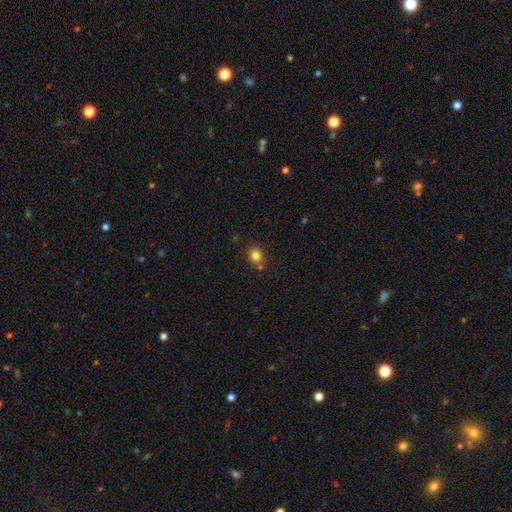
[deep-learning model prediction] Smooth or featured? smooth (82%)
How rounded? round (85%)
Merging? none (78%)